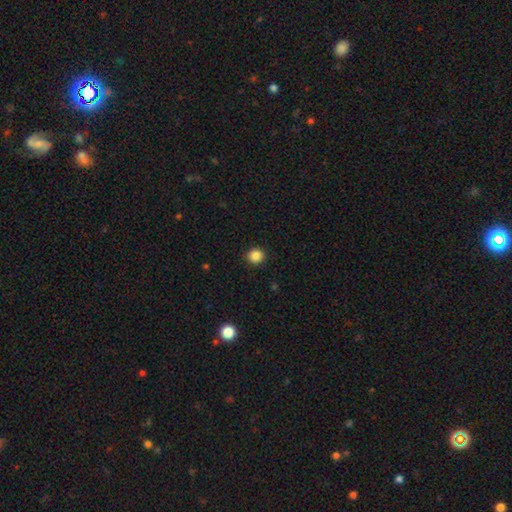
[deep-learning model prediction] smooth-or-featured: smooth: 87% | star or artifact: 10% | featured or disk: 3%
  how-rounded: round: 93% | in between: 7% | cigar-shaped: 1%
  merging: none: 92% | minor disturbance: 5% | major disturbance: 2% | merger: 1%